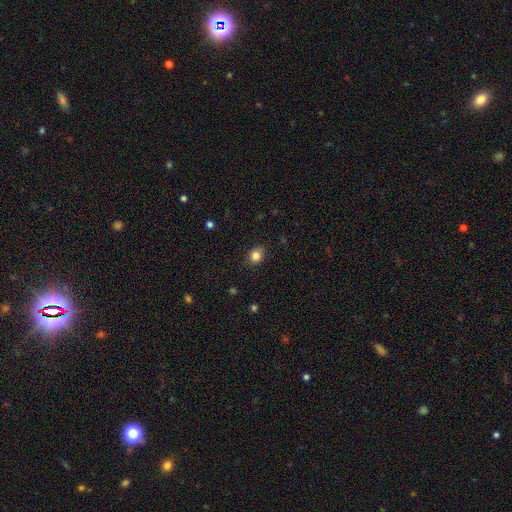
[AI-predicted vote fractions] smooth-or-featured: smooth: 84% | star or artifact: 11% | featured or disk: 6%
  how-rounded: round: 63% | in between: 36% | cigar-shaped: 1%
  merging: none: 81% | minor disturbance: 15% | major disturbance: 3% | merger: 1%